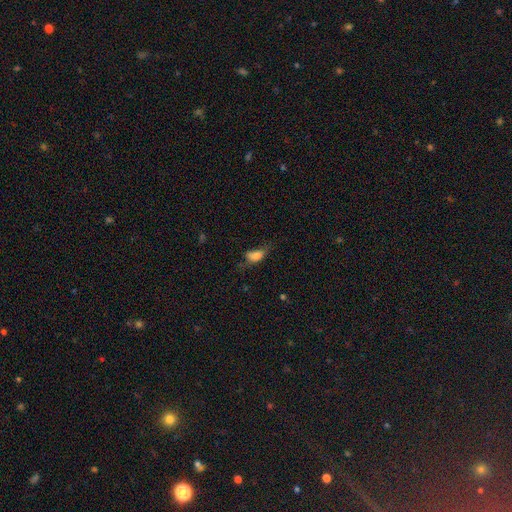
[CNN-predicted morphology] A smooth galaxy with no disk features (77%) that is in between round and cigar-shaped (85%). Merging: none (35%).